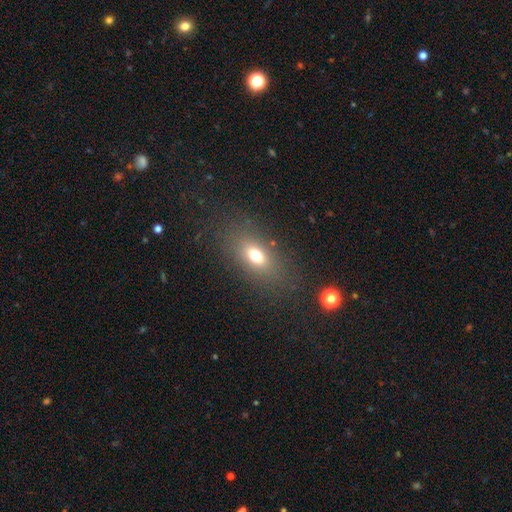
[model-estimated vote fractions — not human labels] This appears to be a smooth galaxy with no disk features (70%) that is in between round and cigar-shaped (80%). Merging: none (81%).